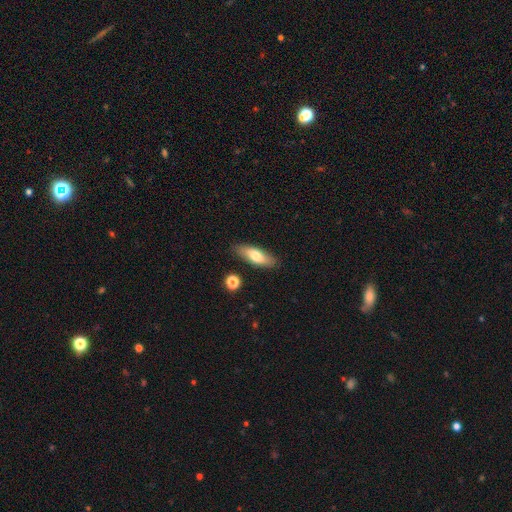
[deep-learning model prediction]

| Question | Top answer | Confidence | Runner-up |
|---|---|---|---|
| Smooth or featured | smooth | 71% | featured or disk (22%) |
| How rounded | in between | 63% | cigar-shaped (34%) |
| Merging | none | 84% | minor disturbance (11%) |